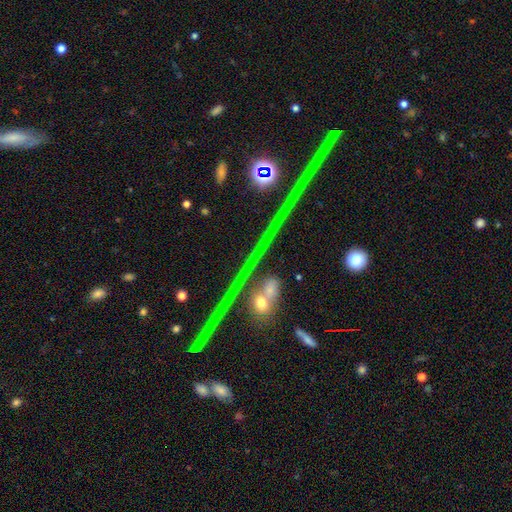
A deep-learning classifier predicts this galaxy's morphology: This appears to be a star or artifact, not a galaxy (66%).